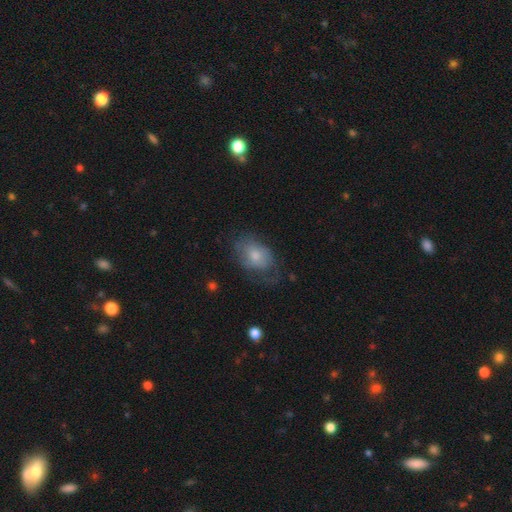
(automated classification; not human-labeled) Smooth or featured: smooth — 63% (featured or disk — 29%)
How rounded: in between — 80% (round — 19%)
Merging: none — 46% (minor disturbance — 29%)